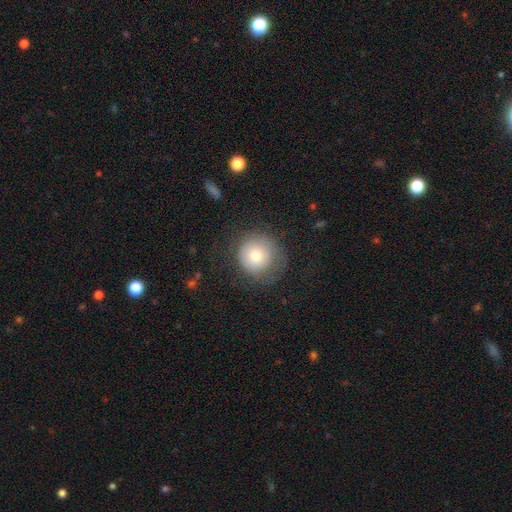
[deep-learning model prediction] This appears to be a smooth galaxy with no disk features (73%) that is round (92%). Merging: none (65%).